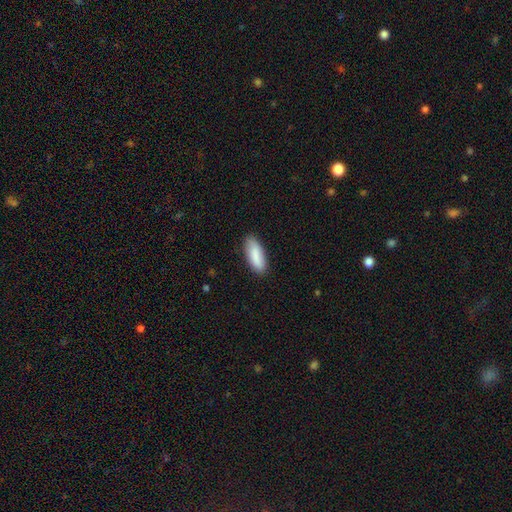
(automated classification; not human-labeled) Smooth or featured: smooth — 86% (featured or disk — 8%)
How rounded: in between — 69% (cigar-shaped — 29%)
Merging: none — 83% (minor disturbance — 13%)